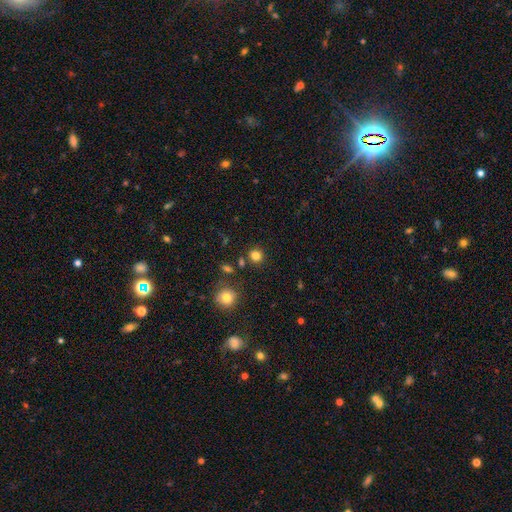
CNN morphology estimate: Q: Smooth or featured?
A: smooth (82%); runner-up: star or artifact (13%)
Q: How rounded?
A: round (88%); runner-up: in between (11%)
Q: Merging?
A: none (85%); runner-up: minor disturbance (7%)